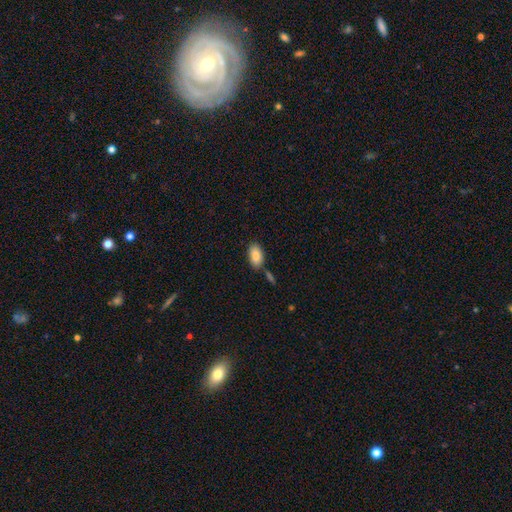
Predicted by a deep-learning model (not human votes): smooth 85%, featured or disk 8%, star or artifact 7%. Down the decision tree: how rounded — in between (94%); merging — none (76%).